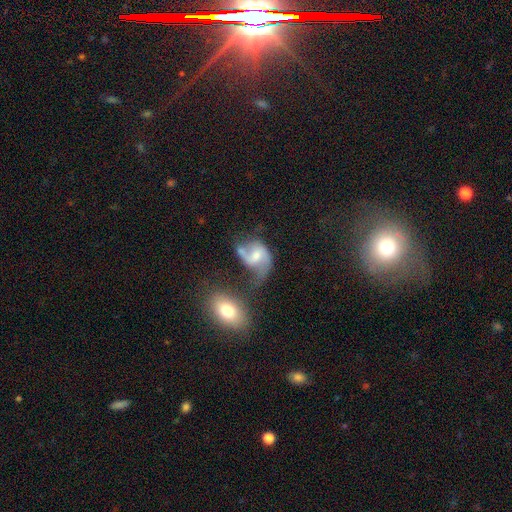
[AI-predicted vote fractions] Smooth or featured: featured or disk — 75% (smooth — 18%)
Edge-on disk: no — 98% (yes — 2%)
Bar: weak — 49% (no — 38%)
Spiral arms: yes — 90% (no — 10%)
Spiral winding: loose — 54% (medium — 38%)
Spiral arm count: 2 — 83% (1 — 9%)
Bulge size: moderate — 49% (small — 37%)
Merging: none — 29% (merger — 28%)